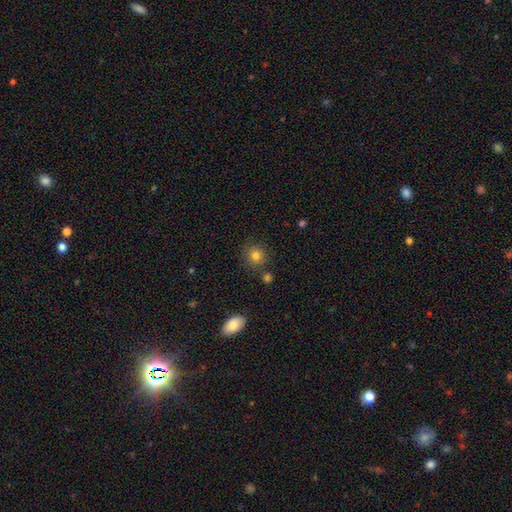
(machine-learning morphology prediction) A smooth galaxy with no disk features (80%) that is round (87%). Merging: none (81%).